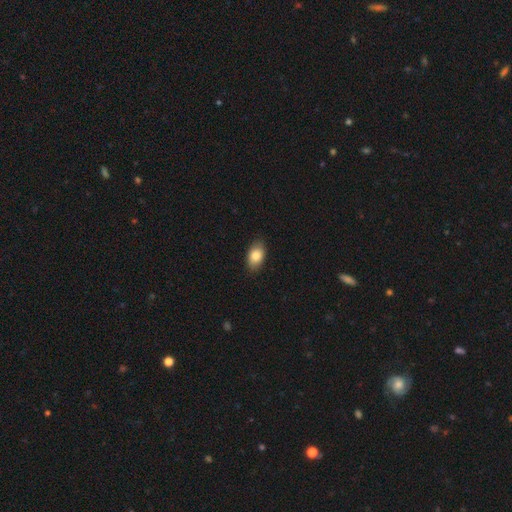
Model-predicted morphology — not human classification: This is clearly a smooth galaxy (84%). How rounded: clearly in between (90%). Merging: clearly none (87%).